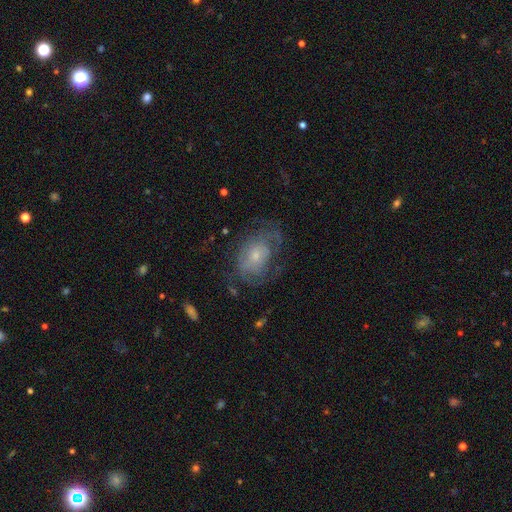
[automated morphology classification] Smooth or featured? featured or disk (57%)
Edge-on disk? no (96%)
Bar? no (79%)
Spiral arms? yes (60%)
Bulge size? small (57%)
Merging? none (52%)